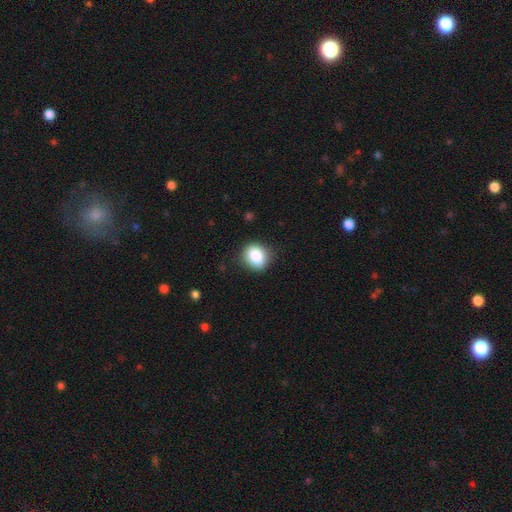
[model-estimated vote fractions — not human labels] The model was most divided on "how rounded": round: 65%, in between: 34%, cigar-shaped: 1%. More confident: smooth or featured — smooth (85%); merging — none (85%).